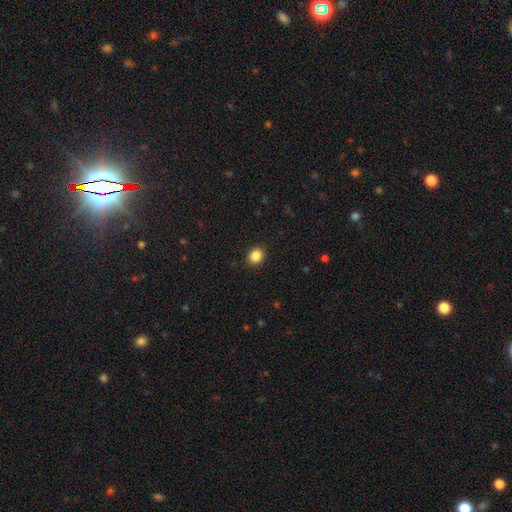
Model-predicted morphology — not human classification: Smooth or featured? smooth (86%)
How rounded? round (53%)
Merging? none (90%)